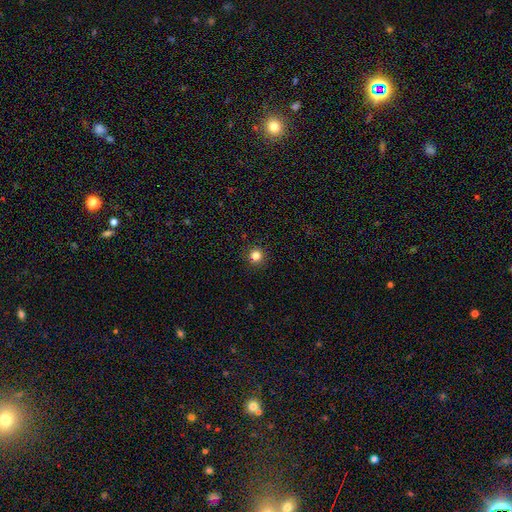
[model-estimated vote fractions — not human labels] smooth-or-featured: smooth: 82% | star or artifact: 13% | featured or disk: 4%
  how-rounded: round: 95% | in between: 4% | cigar-shaped: 1%
  merging: none: 92% | minor disturbance: 5% | major disturbance: 2% | merger: 1%